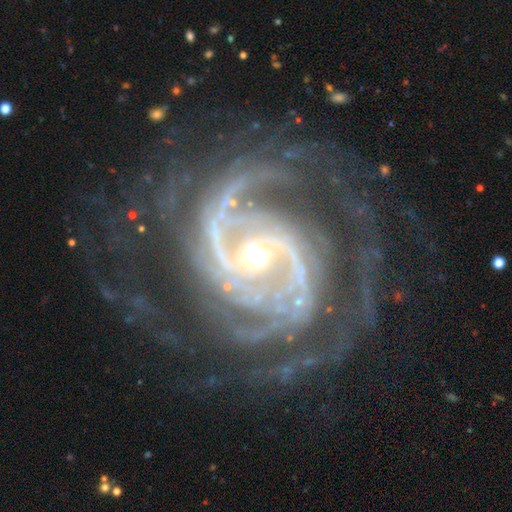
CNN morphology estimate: featured or disk 93%, star or artifact 5%, smooth 2%. Down the decision tree: edge-on disk — no (98%); bar — no (39%); spiral arms — yes (99%); spiral arm count — 2 (34%); spiral winding — tight (57%); bulge size — small (51%); merging — none (70%).